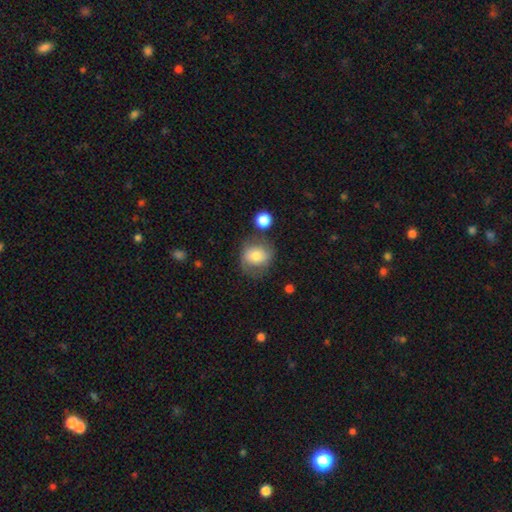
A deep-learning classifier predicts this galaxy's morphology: Q: Smooth or featured?
A: smooth (66%); runner-up: featured or disk (25%)
Q: How rounded?
A: round (70%); runner-up: in between (29%)
Q: Merging?
A: none (56%); runner-up: minor disturbance (24%)